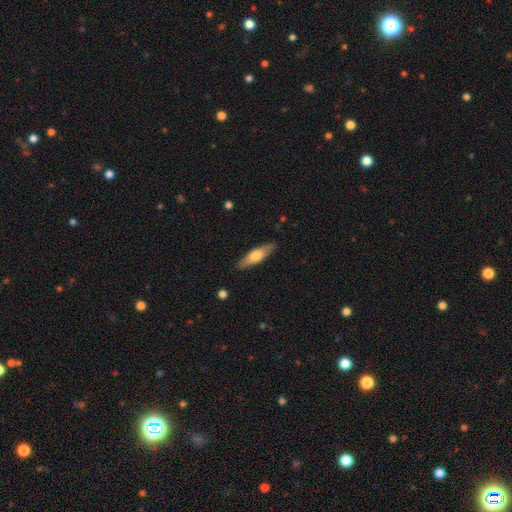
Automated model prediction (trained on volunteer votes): smooth 55%, featured or disk 40%, star or artifact 5%. Down the decision tree: how rounded — cigar-shaped (62%); merging — none (87%).